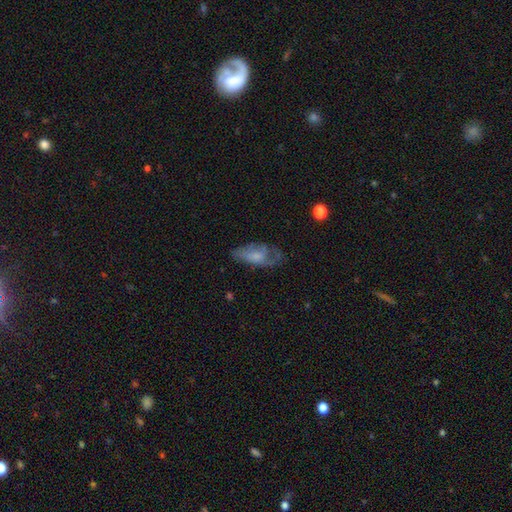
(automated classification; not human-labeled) smooth 51%, featured or disk 41%, star or artifact 8%. Down the decision tree: how rounded — in between (85%); merging — none (41%).